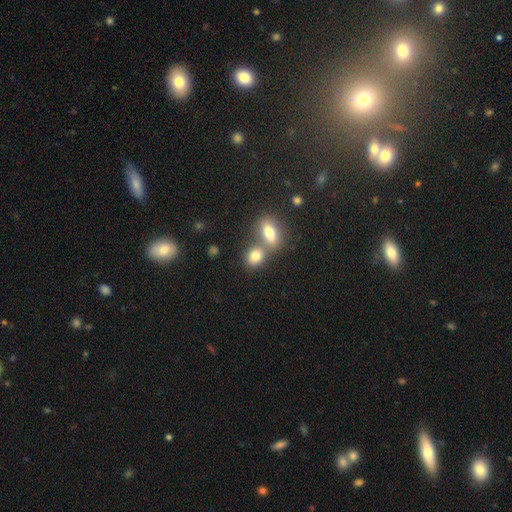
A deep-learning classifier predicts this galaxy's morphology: smooth-or-featured: smooth: 80% | featured or disk: 10% | star or artifact: 10%
  how-rounded: in between: 54% | round: 43% | cigar-shaped: 2%
  merging: merger: 48% | none: 41% | minor disturbance: 8% | major disturbance: 3%